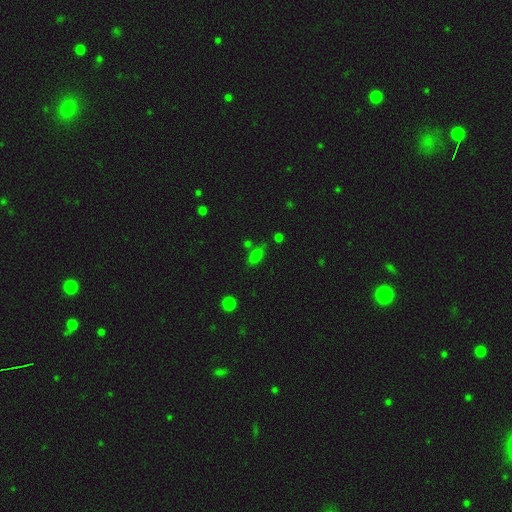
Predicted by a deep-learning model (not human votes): Smooth or featured? Predicted: smooth (p=0.71). How rounded? Predicted: in between (p=0.79). Merging? Predicted: none (p=0.70).